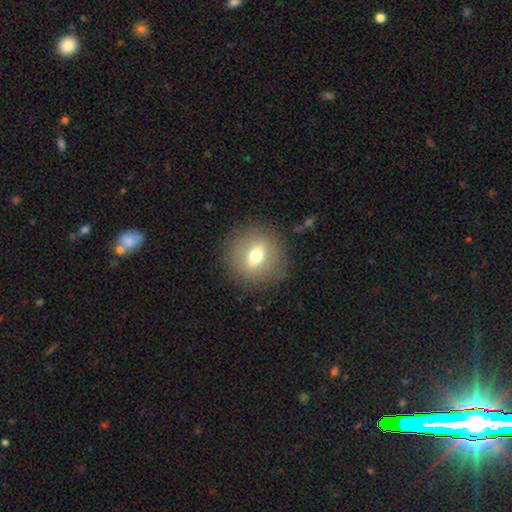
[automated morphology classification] smooth-or-featured: smooth: 50% | featured or disk: 39% | star or artifact: 11%
  how-rounded: round: 77% | in between: 20% | cigar-shaped: 2%
  merging: none: 85% | minor disturbance: 9% | major disturbance: 4% | merger: 1%